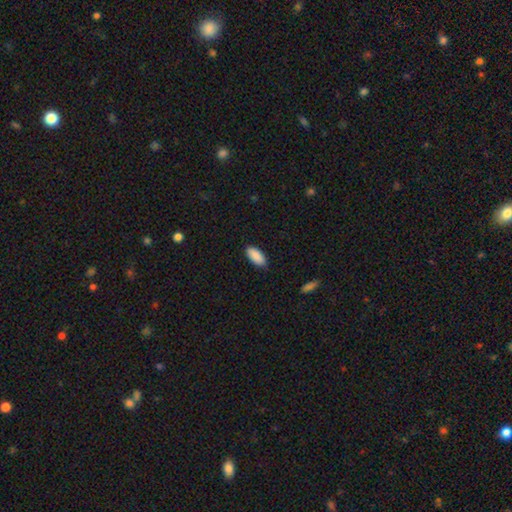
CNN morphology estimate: Smooth or featured? Predicted: smooth (p=0.90). How rounded? Predicted: in between (p=0.90). Merging? Predicted: none (p=0.86).